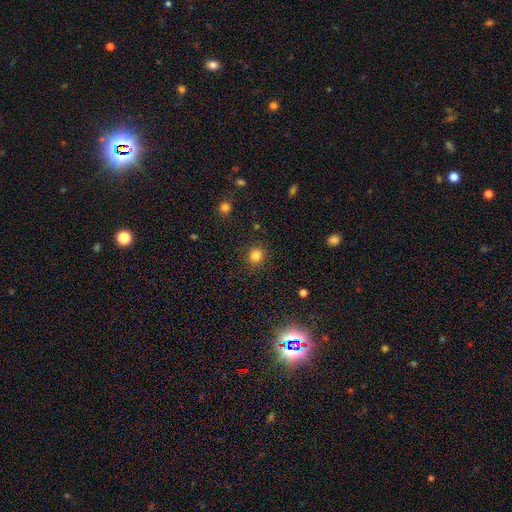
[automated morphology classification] The model was most divided on "smooth or featured": smooth: 82%, star or artifact: 13%, featured or disk: 5%. More confident: merging — none (88%); how rounded — round (86%).